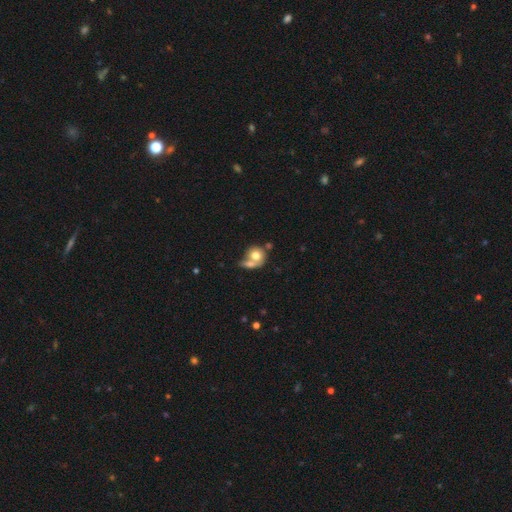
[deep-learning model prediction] smooth 70%, featured or disk 22%, star or artifact 8%. Down the decision tree: how rounded — round (73%); merging — merger (53%).